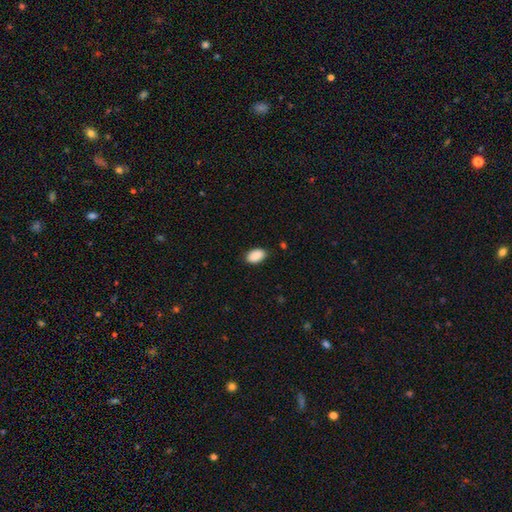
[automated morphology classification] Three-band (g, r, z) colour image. It shows a smooth galaxy with no disk features (90%) that is in between round and cigar-shaped (94%). Merging: none (85%).